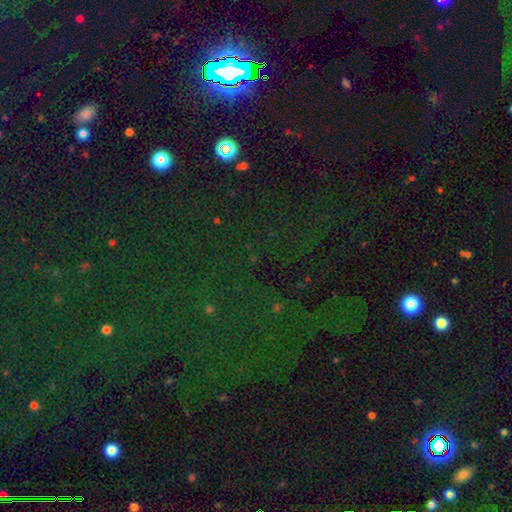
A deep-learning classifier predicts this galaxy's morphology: smooth-or-featured: star or artifact: 77% | smooth: 14% | featured or disk: 8%